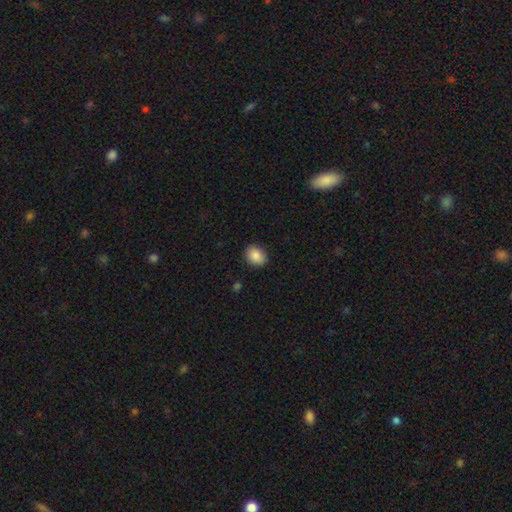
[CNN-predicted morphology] This appears to be a smooth galaxy with no disk features (87%) that is in between round and cigar-shaped (54%). Merging: none (89%).